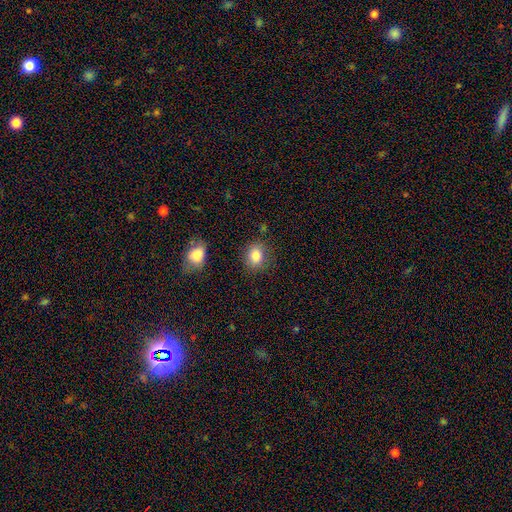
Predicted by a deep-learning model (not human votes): Smooth or featured? Predicted: smooth (p=0.83). How rounded? Predicted: round (p=0.51). Merging? Predicted: none (p=0.80).